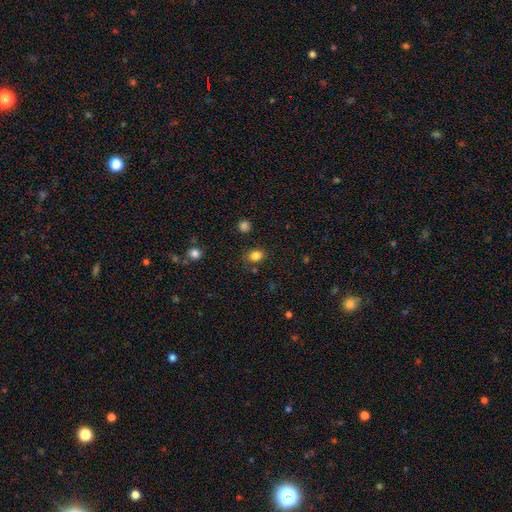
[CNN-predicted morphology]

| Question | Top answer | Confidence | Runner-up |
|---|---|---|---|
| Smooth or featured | smooth | 83% | star or artifact (12%) |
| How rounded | round | 55% | in between (44%) |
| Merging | none | 81% | minor disturbance (12%) |